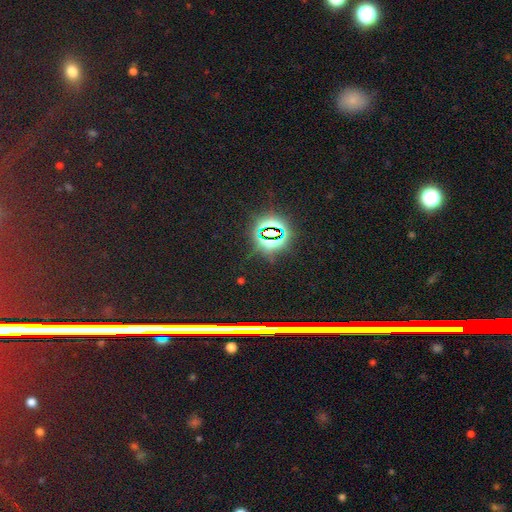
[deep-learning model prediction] A star or artifact, not a galaxy (79%).